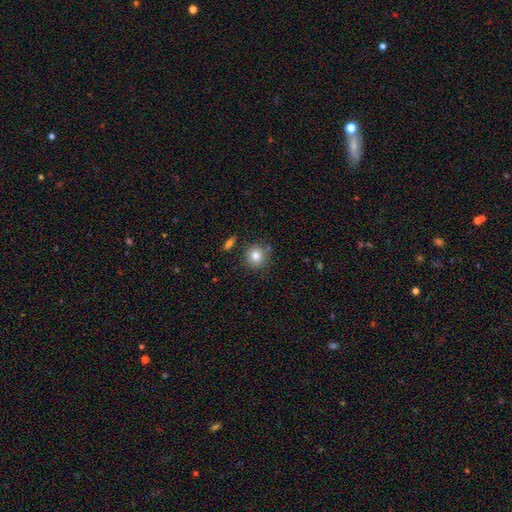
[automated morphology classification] This appears to be a smooth galaxy with no disk features (81%) that is round (90%). Merging: none (80%).